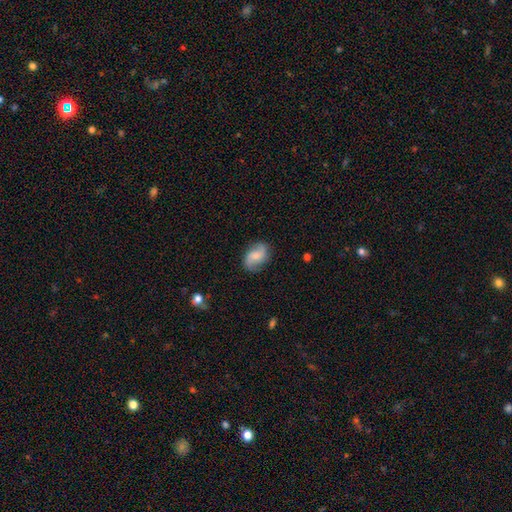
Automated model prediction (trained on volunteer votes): Smooth or featured: featured or disk — 53% (smooth — 39%)
Edge-on disk: no — 96% (yes — 4%)
Bar: no — 54% (weak — 37%)
Spiral arms: yes — 91% (no — 9%)
Bulge size: small — 46% (moderate — 36%)
Merging: none — 79% (minor disturbance — 16%)